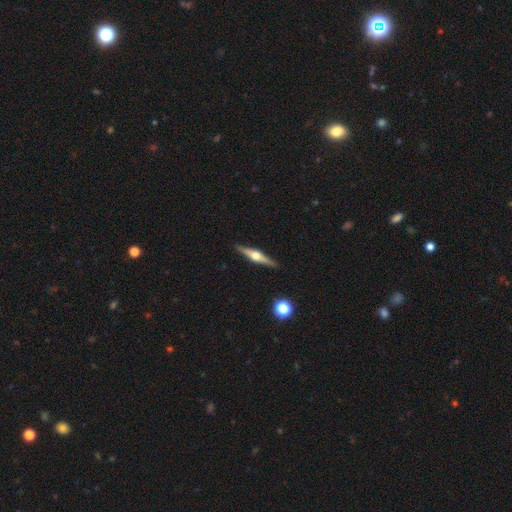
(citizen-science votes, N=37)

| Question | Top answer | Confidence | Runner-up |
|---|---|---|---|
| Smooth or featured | featured or disk | 86% | smooth (14%) |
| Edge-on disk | yes | 100% | — |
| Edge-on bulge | rounded | 100% | — |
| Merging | none | 95% | minor disturbance (5%) |